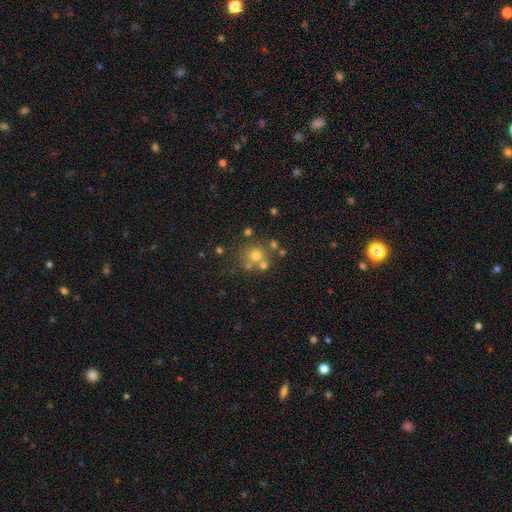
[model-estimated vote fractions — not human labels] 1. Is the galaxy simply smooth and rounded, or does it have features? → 63% smooth, 21% star or artifact, 16% featured or disk.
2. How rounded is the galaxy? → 89% round, 10% in between, 1% cigar-shaped.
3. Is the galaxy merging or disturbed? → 62% none, 25% merger, 9% minor disturbance, 4% major disturbance.